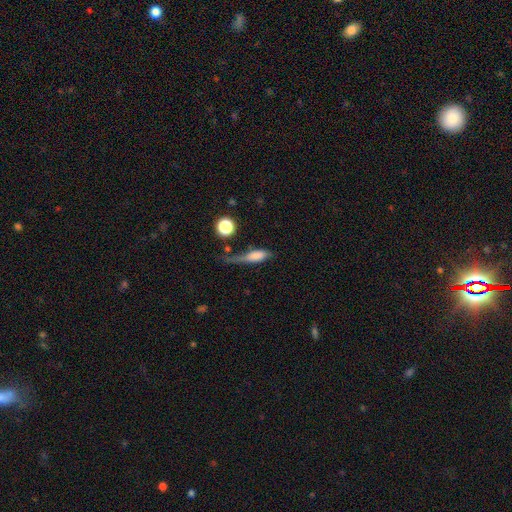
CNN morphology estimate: smooth 69%, featured or disk 20%, star or artifact 11%. Down the decision tree: how rounded — in between (54%); merging — major disturbance (33%).